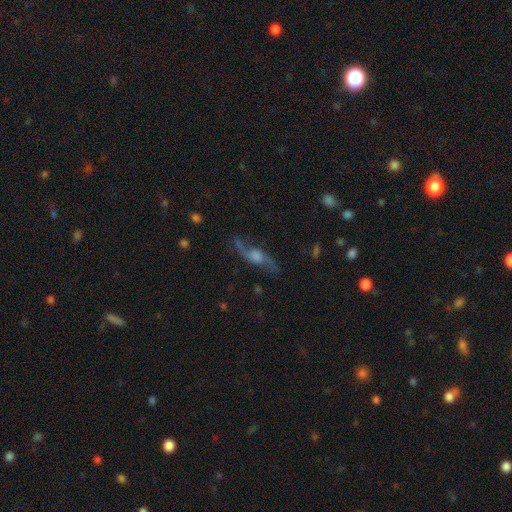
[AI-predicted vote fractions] This appears to be a featured or disk galaxy (80%) with no bar (58%), 2 (92%) loose (80%) spiral arms (93%) and a moderate central bulge (37%). Merging: none (77%).